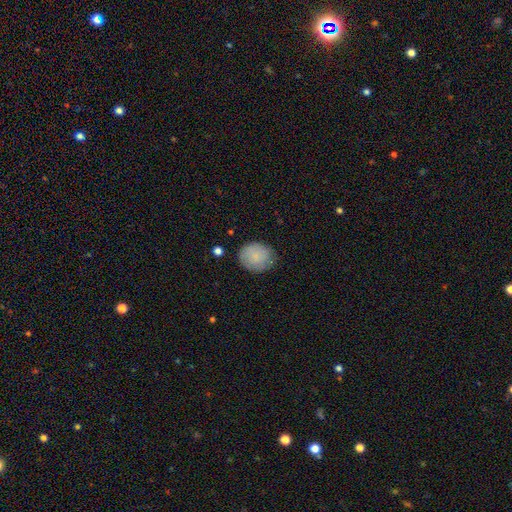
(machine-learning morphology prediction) Q: Smooth or featured?
A: smooth (81%); runner-up: featured or disk (12%)
Q: How rounded?
A: round (69%); runner-up: in between (30%)
Q: Merging?
A: none (75%); runner-up: minor disturbance (20%)